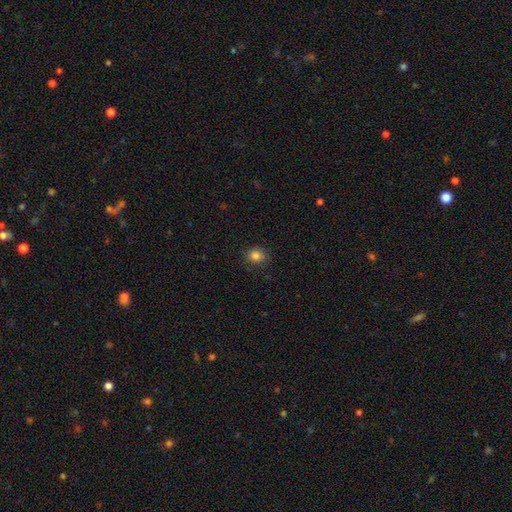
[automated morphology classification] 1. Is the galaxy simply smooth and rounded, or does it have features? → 84% smooth, 12% star or artifact, 4% featured or disk.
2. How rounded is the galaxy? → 77% round, 22% in between, 1% cigar-shaped.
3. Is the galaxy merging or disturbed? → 87% none, 10% minor disturbance, 3% major disturbance, 1% merger.